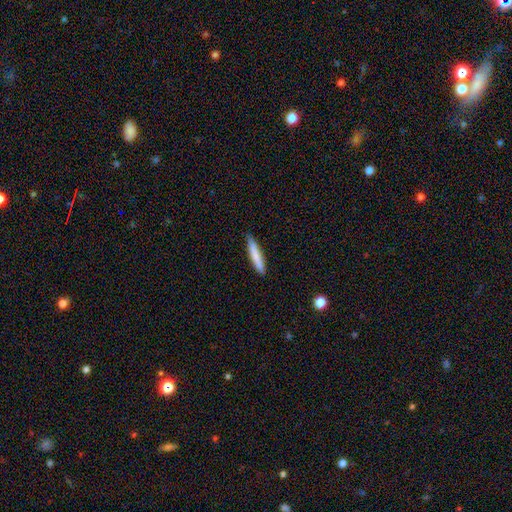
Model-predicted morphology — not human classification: smooth_or_featured: smooth (p=0.79) [alt: featured or disk p=0.16]
how_rounded: cigar-shaped (p=0.90) [alt: in between p=0.09]
merging: none (p=0.85) [alt: minor disturbance p=0.12]